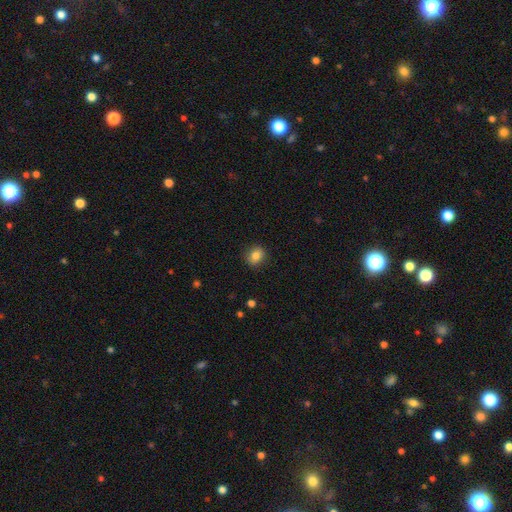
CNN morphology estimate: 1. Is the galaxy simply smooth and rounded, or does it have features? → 83% smooth, 10% star or artifact, 7% featured or disk.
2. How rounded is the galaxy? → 68% round, 31% in between, 1% cigar-shaped.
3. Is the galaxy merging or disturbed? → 89% none, 8% minor disturbance, 2% major disturbance, 1% merger.